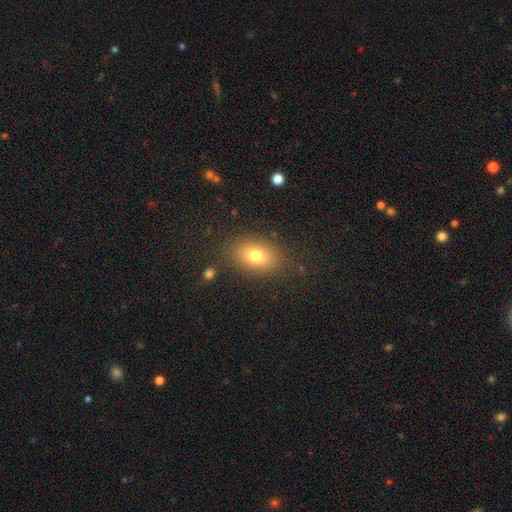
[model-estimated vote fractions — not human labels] Smooth or featured? Predicted: smooth (p=0.77). How rounded? Predicted: in between (p=0.81). Merging? Predicted: none (p=0.83).